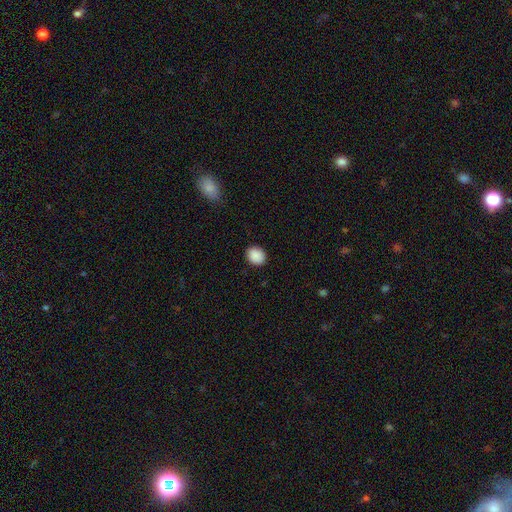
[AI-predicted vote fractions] Smooth or featured? smooth (90%)
How rounded? round (58%)
Merging? none (89%)